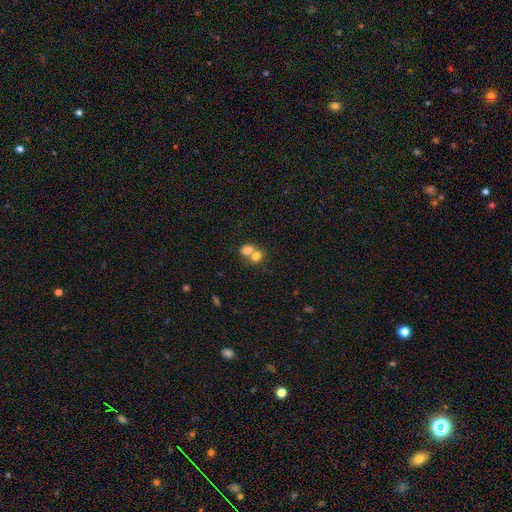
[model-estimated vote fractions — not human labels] smooth 75%, featured or disk 15%, star or artifact 10%. Down the decision tree: how rounded — round (65%); merging — merger (67%).